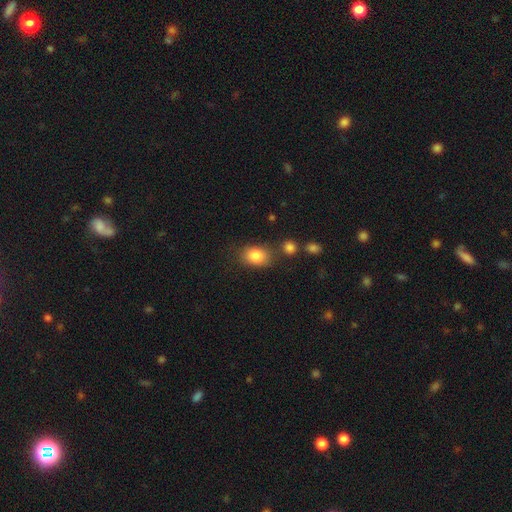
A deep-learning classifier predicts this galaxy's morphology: smooth 84%, star or artifact 9%, featured or disk 7%. Down the decision tree: how rounded — in between (70%); merging — none (71%).